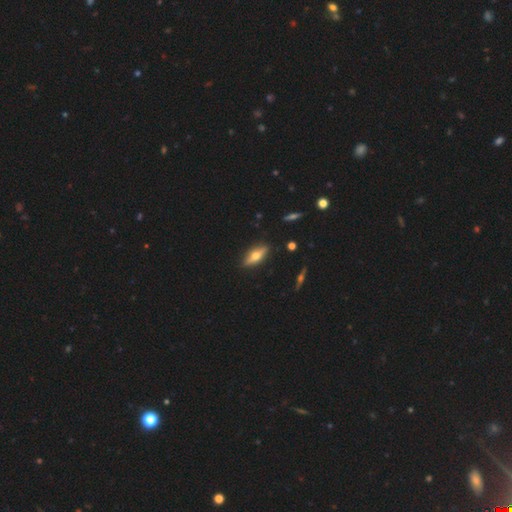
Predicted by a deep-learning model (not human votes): This is possibly a featured or disk galaxy (49%). Merging: clearly none (87%).